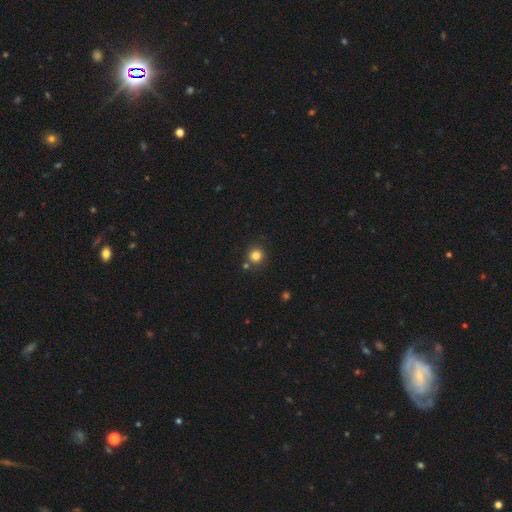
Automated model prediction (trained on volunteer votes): This is clearly a smooth galaxy (83%). How rounded: clearly round (92%). Merging: clearly none (81%).